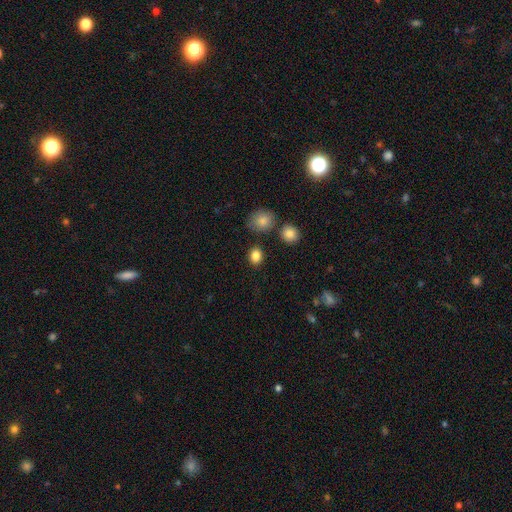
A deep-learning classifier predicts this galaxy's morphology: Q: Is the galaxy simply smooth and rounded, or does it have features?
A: smooth — 86%.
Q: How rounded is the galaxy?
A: round — 57%.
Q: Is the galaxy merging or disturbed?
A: none — 85%.